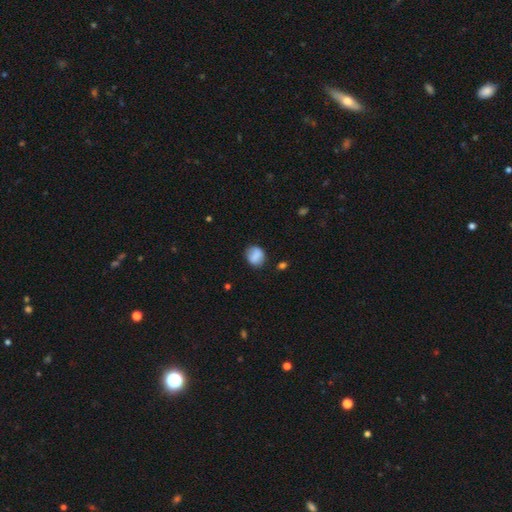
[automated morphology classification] Smooth or featured? Predicted: smooth (p=0.78). How rounded? Predicted: round (p=0.64). Merging? Predicted: none (p=0.74).